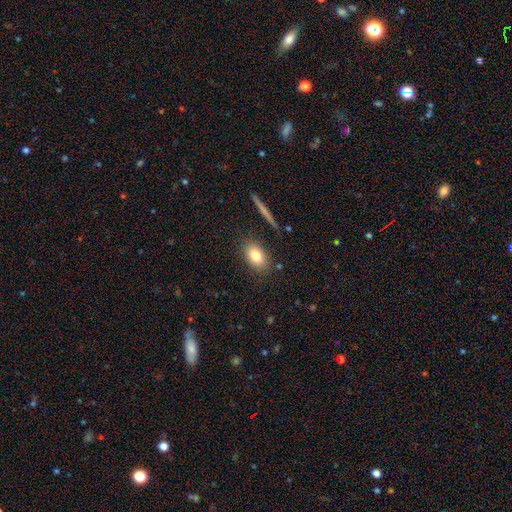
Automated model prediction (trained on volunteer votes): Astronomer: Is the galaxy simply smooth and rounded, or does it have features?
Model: smooth — 80%.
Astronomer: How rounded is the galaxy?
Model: in between — 84%.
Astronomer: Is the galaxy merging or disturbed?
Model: none — 83%.